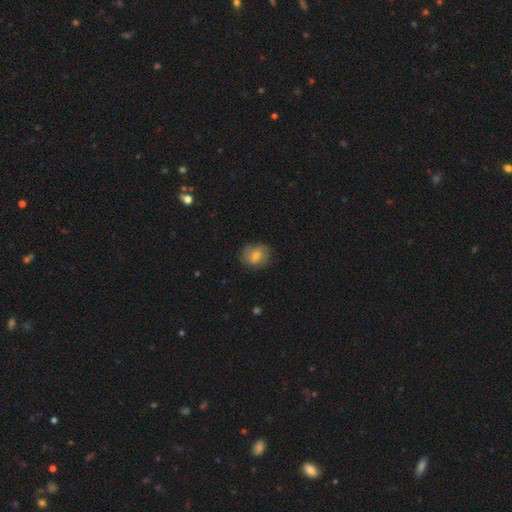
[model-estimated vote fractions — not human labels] A smooth galaxy with no disk features (69%) that is round (65%). Merging: none (79%).